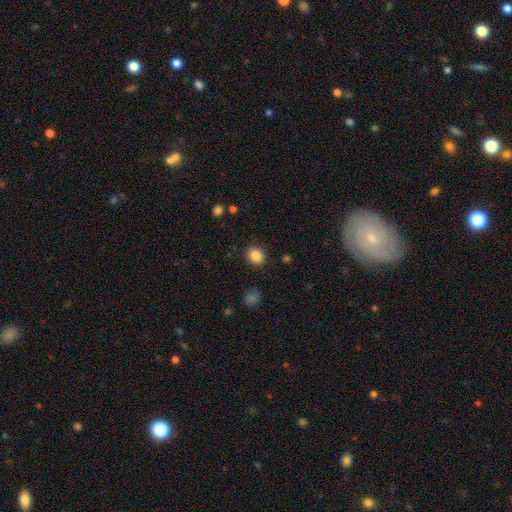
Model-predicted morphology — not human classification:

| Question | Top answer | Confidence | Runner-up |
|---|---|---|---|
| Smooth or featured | smooth | 86% | star or artifact (10%) |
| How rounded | round | 62% | in between (38%) |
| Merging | none | 88% | minor disturbance (8%) |